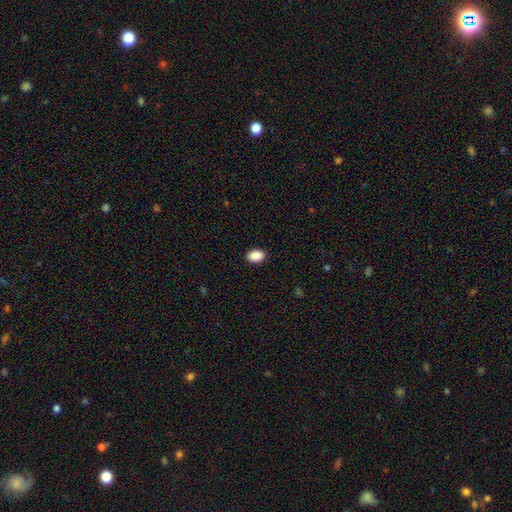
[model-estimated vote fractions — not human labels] smooth 90%, star or artifact 8%, featured or disk 2%. Down the decision tree: how rounded — in between (84%); merging — none (90%).